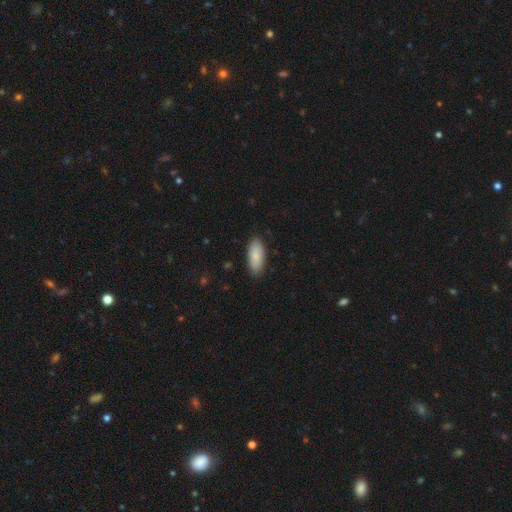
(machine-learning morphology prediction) This appears to be a smooth galaxy with no disk features (85%) that is in between round and cigar-shaped (86%). Merging: none (86%).